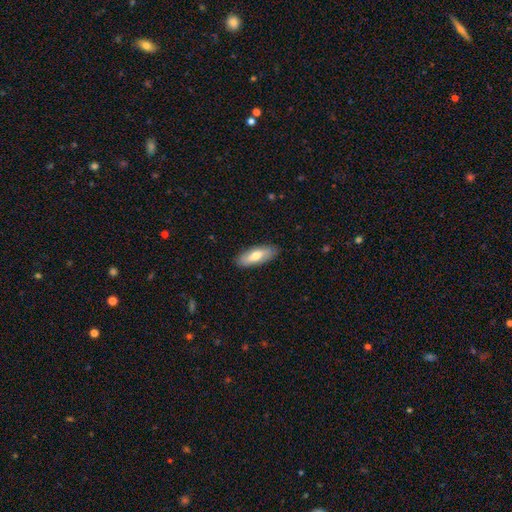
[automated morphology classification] The model was most divided on "how rounded": in between: 70%, cigar-shaped: 28%, round: 2%. More confident: merging — none (86%); smooth or featured — smooth (69%).